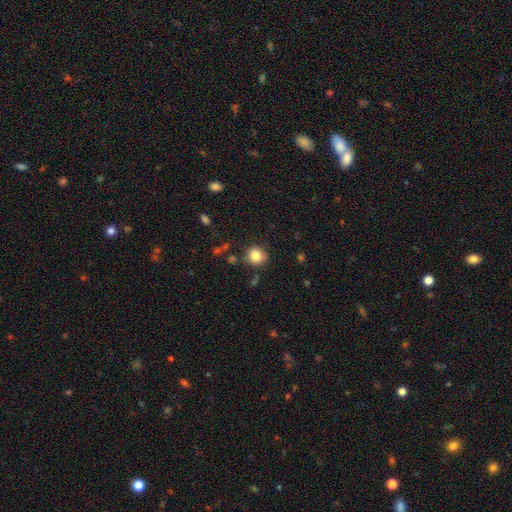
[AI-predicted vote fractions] Morphology: type=smooth (83%); roundness=round (88%); merging=none (81%).